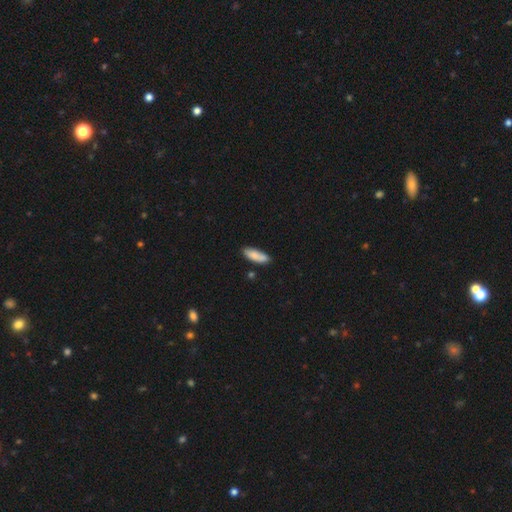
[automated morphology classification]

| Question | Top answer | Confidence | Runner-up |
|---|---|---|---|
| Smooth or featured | smooth | 84% | featured or disk (9%) |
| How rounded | in between | 62% | cigar-shaped (36%) |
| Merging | none | 74% | minor disturbance (18%) |